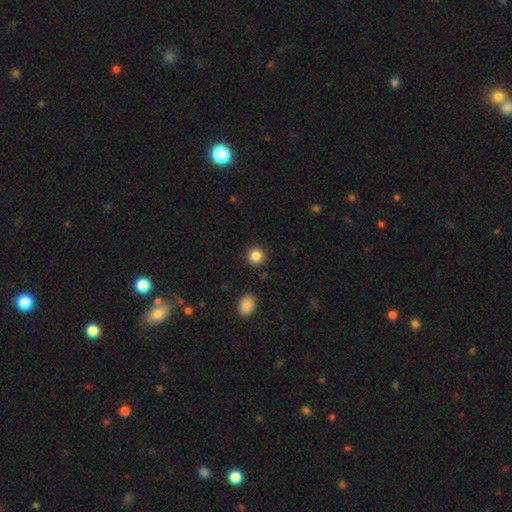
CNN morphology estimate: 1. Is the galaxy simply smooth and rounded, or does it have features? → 86% smooth, 10% star or artifact, 4% featured or disk.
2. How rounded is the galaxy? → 92% round, 7% in between, 1% cigar-shaped.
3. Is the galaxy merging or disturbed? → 89% none, 6% minor disturbance, 2% merger, 2% major disturbance.